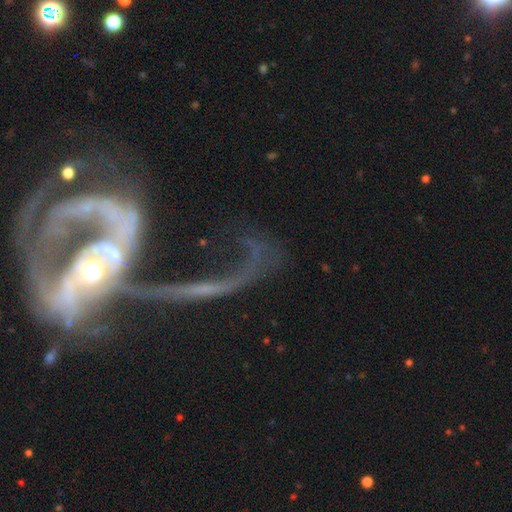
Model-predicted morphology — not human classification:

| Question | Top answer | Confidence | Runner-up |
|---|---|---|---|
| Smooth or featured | featured or disk | 63% | star or artifact (19%) |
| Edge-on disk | no | 78% | yes (22%) |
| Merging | none | 33% | major disturbance (30%) |